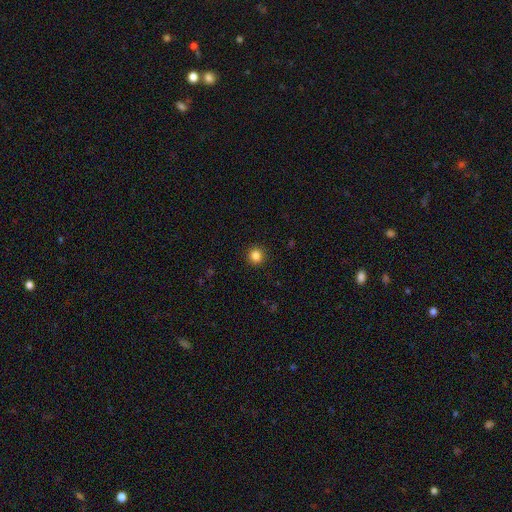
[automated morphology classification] Q: Smooth or featured?
A: smooth (85%); runner-up: star or artifact (11%)
Q: How rounded?
A: round (93%); runner-up: in between (6%)
Q: Merging?
A: none (92%); runner-up: minor disturbance (5%)